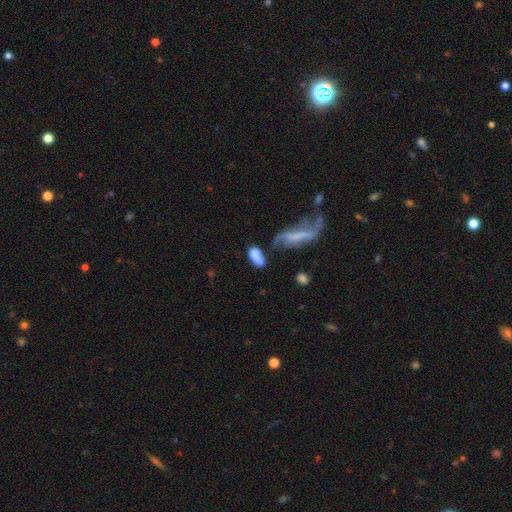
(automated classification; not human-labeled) A smooth galaxy with no disk features (72%) that is in between round and cigar-shaped (86%). Merging: none (31%).